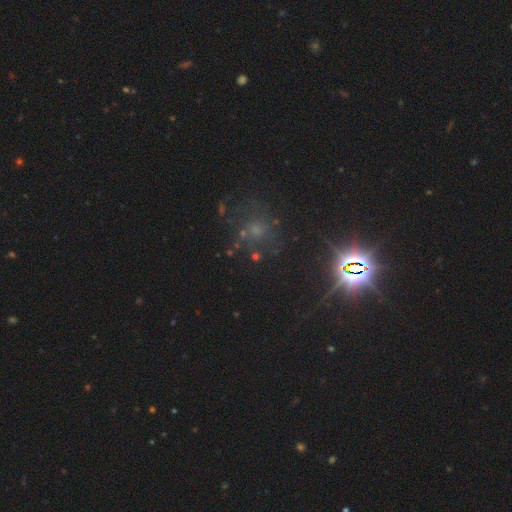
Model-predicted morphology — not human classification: This appears to be a star or artifact, not a galaxy (58%).